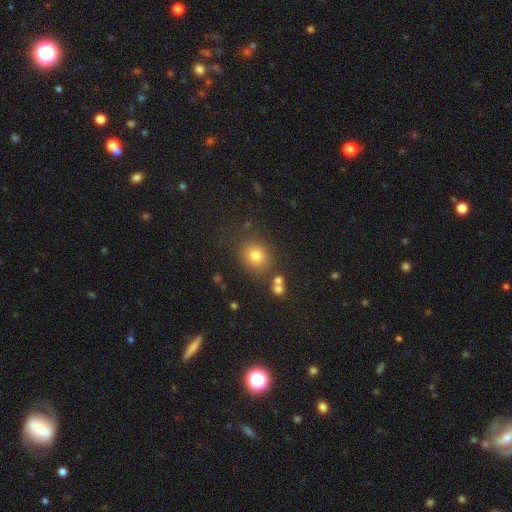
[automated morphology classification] This appears to be a smooth galaxy with no disk features (75%) that is round (76%). Merging: none (79%).